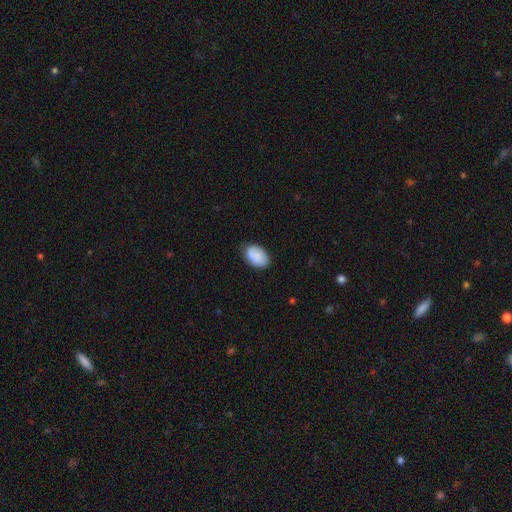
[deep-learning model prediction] smooth_or_featured: smooth (p=0.85) [alt: featured or disk p=0.08]
how_rounded: in between (p=0.90) [alt: round p=0.09]
merging: none (p=0.73) [alt: minor disturbance p=0.21]